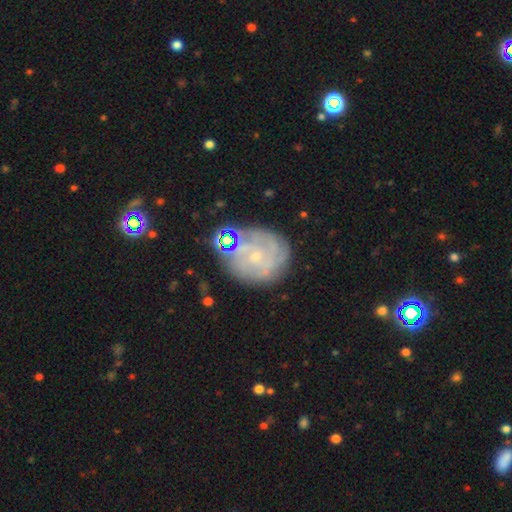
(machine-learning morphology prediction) Smooth or featured? Predicted: featured or disk (p=0.71). Edge-on disk? Predicted: no (p=0.97). Bar? Predicted: no (p=0.75). Spiral arms? Predicted: yes (p=0.83). Spiral winding? Predicted: tight (p=0.68). Spiral arm count? Predicted: can't tell (p=0.48). Bulge size? Predicted: small (p=0.79). Merging? Predicted: none (p=0.68).